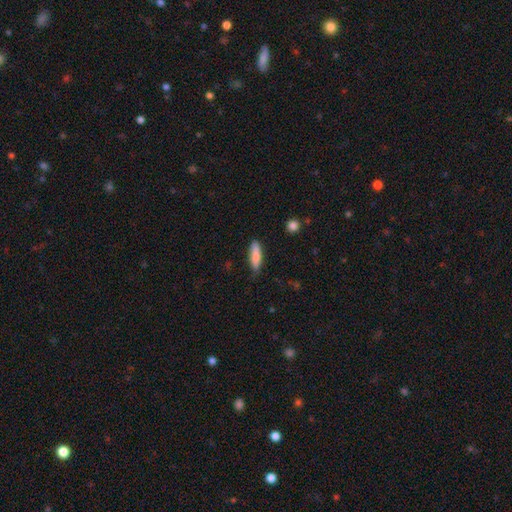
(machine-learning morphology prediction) This appears to be a smooth galaxy with no disk features (82%) that is cigar-shaped (67%). Merging: none (78%).